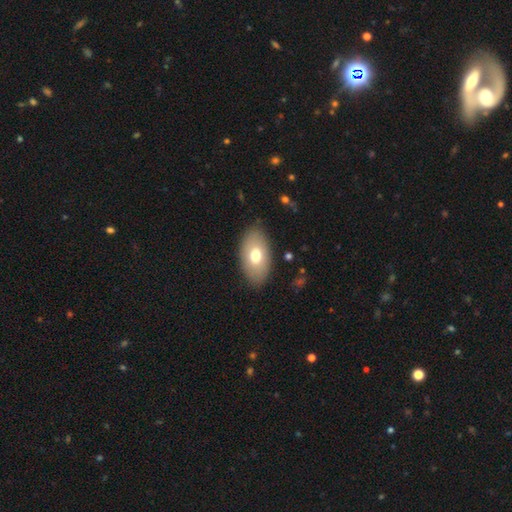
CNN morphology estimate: A smooth galaxy with no disk features (70%) that is in between round and cigar-shaped (93%).

Vote fractions:
- Smooth or featured? smooth: 70% / featured or disk: 23% / star or artifact: 7%
- How rounded? in between: 93% / round: 5% / cigar-shaped: 2%
- Merging? none: 85% / minor disturbance: 11% / major disturbance: 3% / merger: 1%